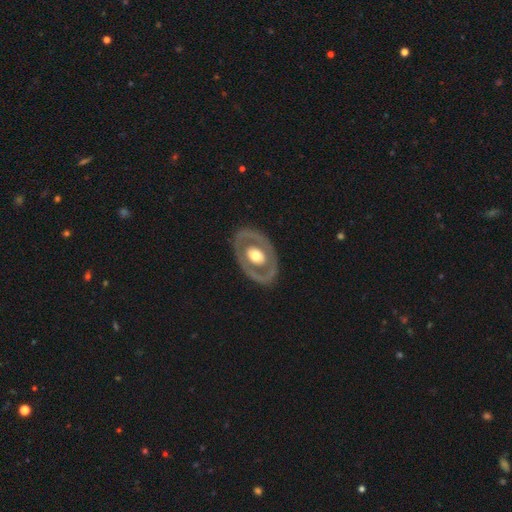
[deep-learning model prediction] Overall: featured or disk (63%; smooth 33%). Edge-on disk: no (91%). Bar: no (84%). Spiral arms: no (85%). Bulge size: moderate (58%; large 34%). Merging: none (82%).